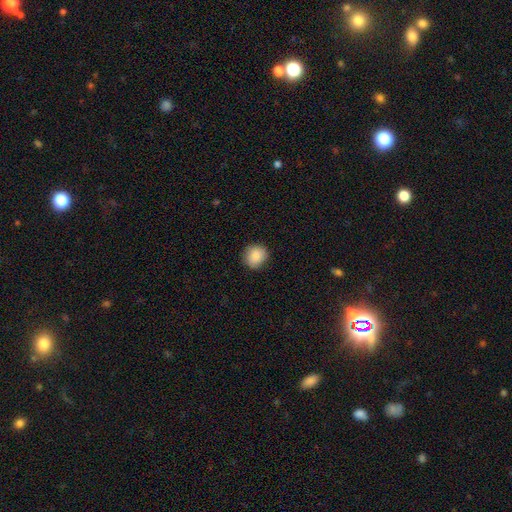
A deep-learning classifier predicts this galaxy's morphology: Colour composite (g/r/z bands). It shows a smooth galaxy with no disk features (87%) that is round (86%). Merging: none (85%).